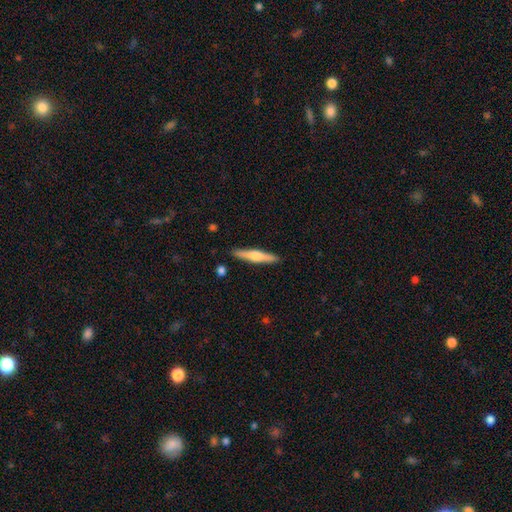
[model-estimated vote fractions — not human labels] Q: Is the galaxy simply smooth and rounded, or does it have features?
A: featured or disk — 54%.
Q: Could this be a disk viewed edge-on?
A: yes — 97%.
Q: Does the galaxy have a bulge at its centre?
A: rounded — 86%.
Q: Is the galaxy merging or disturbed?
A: none — 90%.